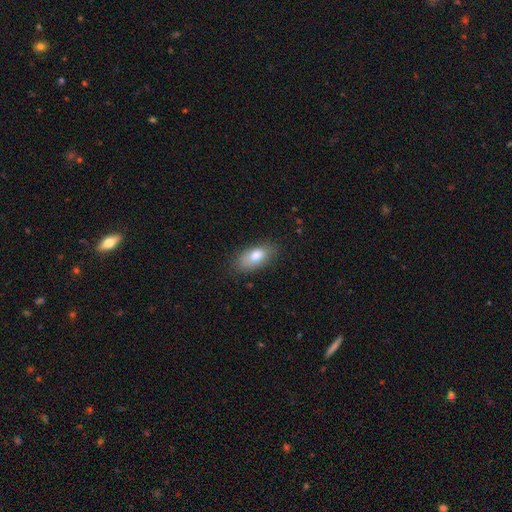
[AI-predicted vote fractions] smooth 80%, featured or disk 13%, star or artifact 7%. Down the decision tree: how rounded — in between (89%); merging — none (75%).